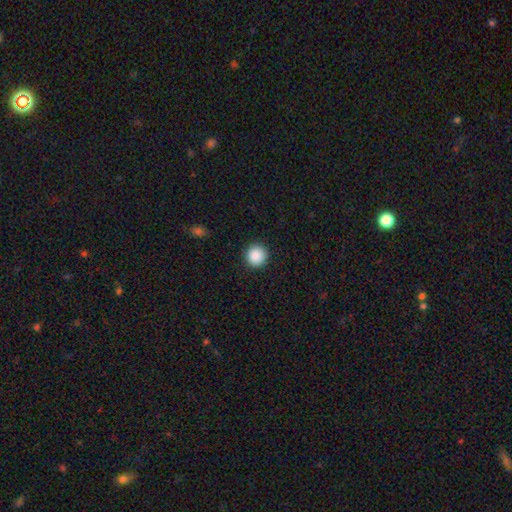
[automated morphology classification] Q: Smooth or featured?
A: smooth (88%); runner-up: star or artifact (9%)
Q: How rounded?
A: round (95%); runner-up: in between (5%)
Q: Merging?
A: none (92%); runner-up: minor disturbance (5%)